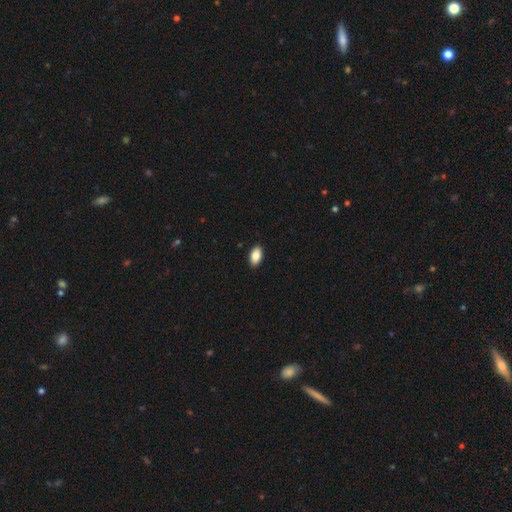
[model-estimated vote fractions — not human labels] A smooth galaxy with no disk features (88%) that is in between round and cigar-shaped (94%).

Vote fractions:
- Smooth or featured? smooth: 88% / star or artifact: 7% / featured or disk: 5%
- How rounded? in between: 94% / round: 4% / cigar-shaped: 2%
- Merging? none: 90% / minor disturbance: 7% / major disturbance: 2% / merger: 1%